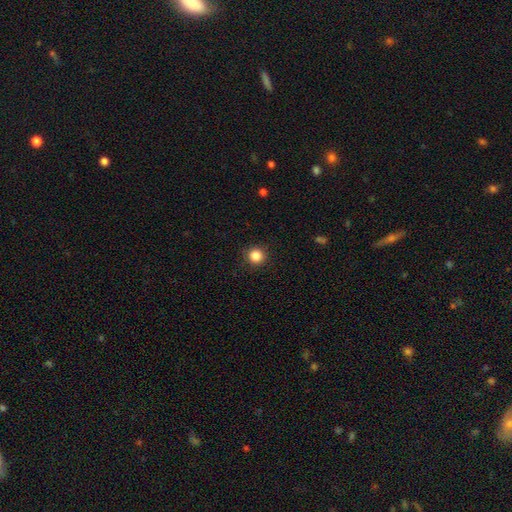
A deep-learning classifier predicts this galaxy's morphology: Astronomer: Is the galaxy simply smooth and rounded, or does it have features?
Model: smooth — 85%.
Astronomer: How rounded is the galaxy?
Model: round — 94%.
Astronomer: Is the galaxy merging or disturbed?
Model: none — 91%.